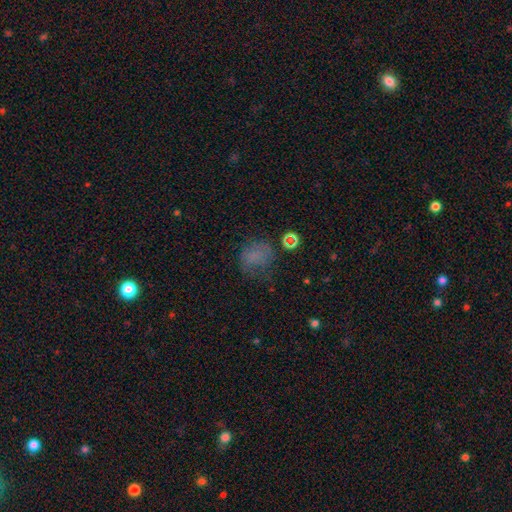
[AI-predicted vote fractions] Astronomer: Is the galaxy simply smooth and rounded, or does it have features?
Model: smooth — 63%.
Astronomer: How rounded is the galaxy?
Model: round — 58% (runner-up: in between, 41%).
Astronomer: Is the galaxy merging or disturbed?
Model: none — 51%.